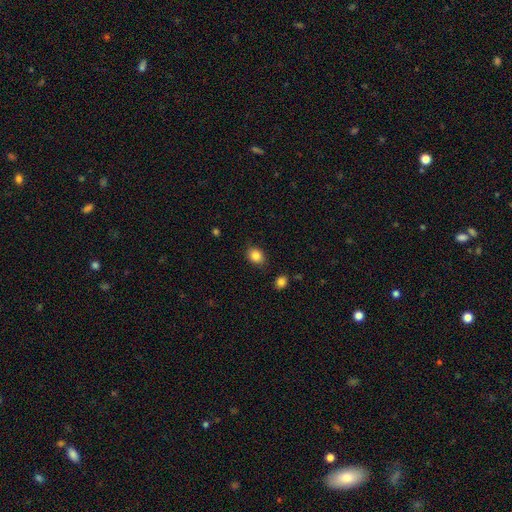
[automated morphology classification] This appears to be a smooth galaxy with no disk features (85%) that is in between round and cigar-shaped (50%). Merging: none (85%).